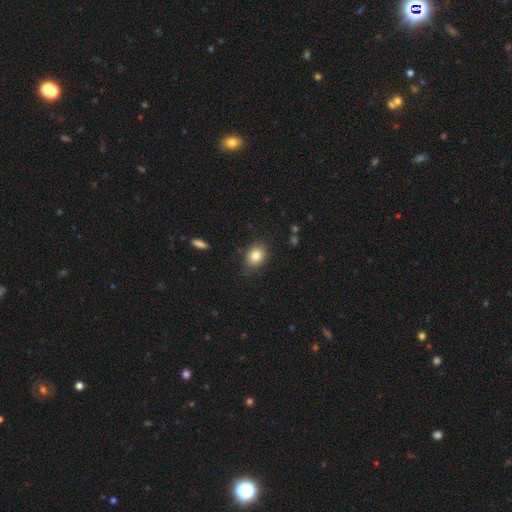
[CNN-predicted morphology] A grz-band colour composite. It shows a smooth galaxy with no disk features (82%) that is in between round and cigar-shaped (50%). Merging: none (85%).